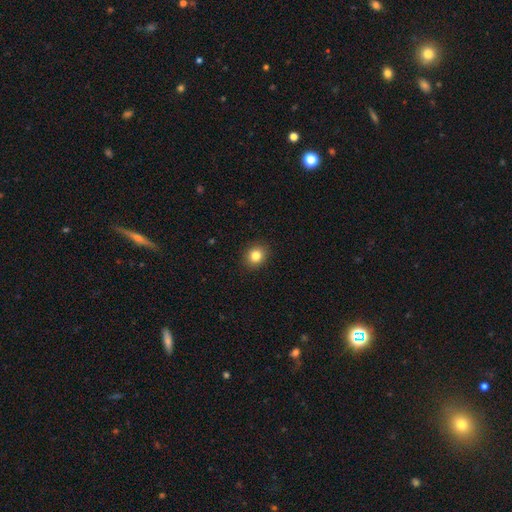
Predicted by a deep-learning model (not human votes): Smooth or featured?
  - smooth: 83% *
  - star or artifact: 11%
  - featured or disk: 6%
How rounded?
  - round: 73% *
  - in between: 26%
  - cigar-shaped: 1%
Merging?
  - none: 91% *
  - minor disturbance: 6%
  - major disturbance: 2%
  - merger: 1%